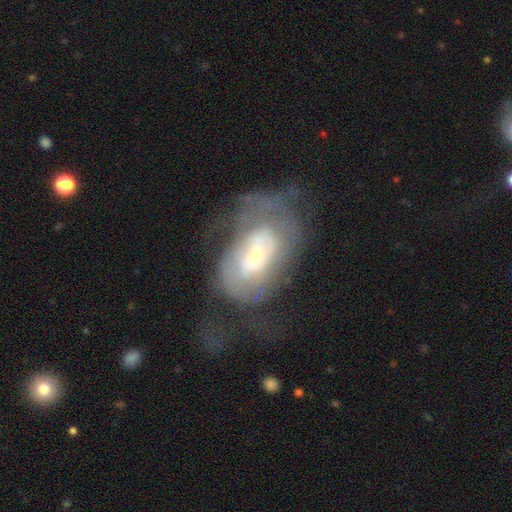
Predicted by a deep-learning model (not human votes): Smooth or featured? Predicted: featured or disk (p=0.68). Edge-on disk? Predicted: no (p=0.95). Bar? Predicted: no (p=0.54). Spiral arms? Predicted: yes (p=0.68). Bulge size? Predicted: small (p=0.53). Merging? Predicted: major disturbance (p=0.40).